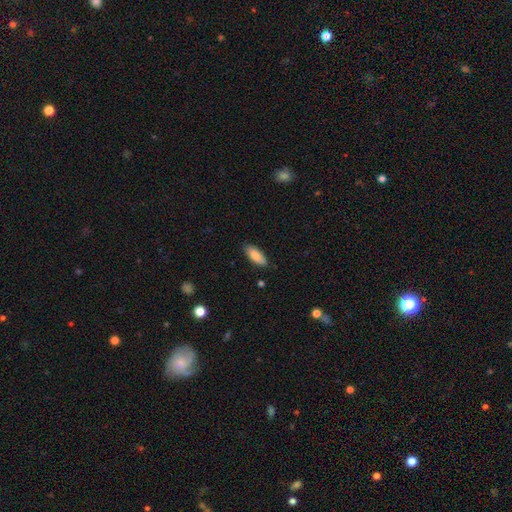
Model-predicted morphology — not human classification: Overall: smooth (85%). How rounded: in between (79%). Merging: none (85%).